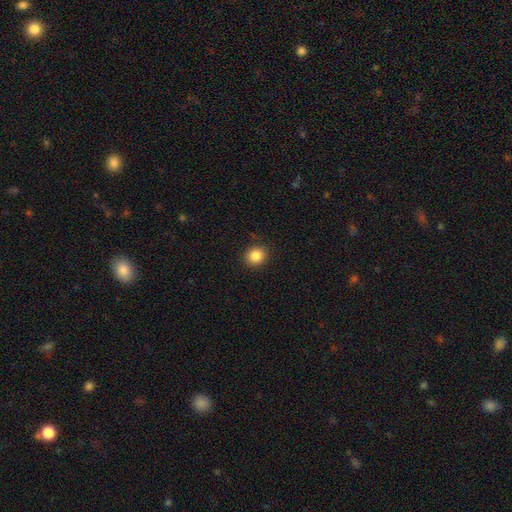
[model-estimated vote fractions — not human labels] A smooth galaxy with no disk features (86%) that is round (79%). Merging: none (89%).